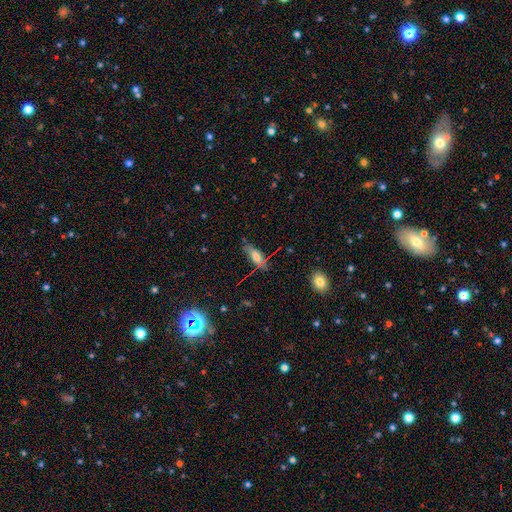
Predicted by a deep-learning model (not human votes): Smooth or featured: smooth — 47% (featured or disk — 35%)
Merging: none — 67% (minor disturbance — 21%)